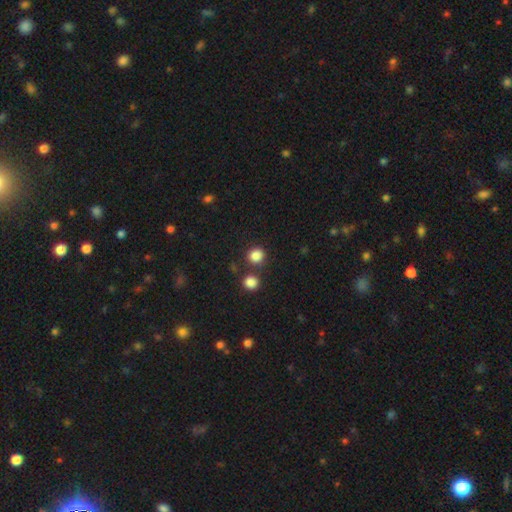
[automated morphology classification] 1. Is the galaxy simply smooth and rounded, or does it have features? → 85% smooth, 11% star or artifact, 4% featured or disk.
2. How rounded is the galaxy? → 87% round, 12% in between, 1% cigar-shaped.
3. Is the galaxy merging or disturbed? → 77% none, 12% merger, 8% minor disturbance, 3% major disturbance.